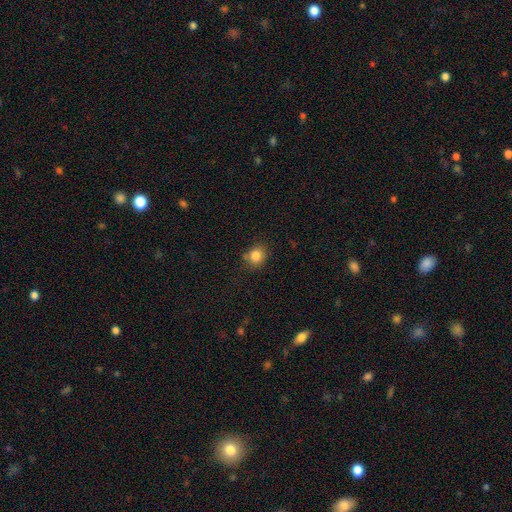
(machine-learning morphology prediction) Smooth or featured? smooth (83%)
How rounded? round (76%)
Merging? none (75%)